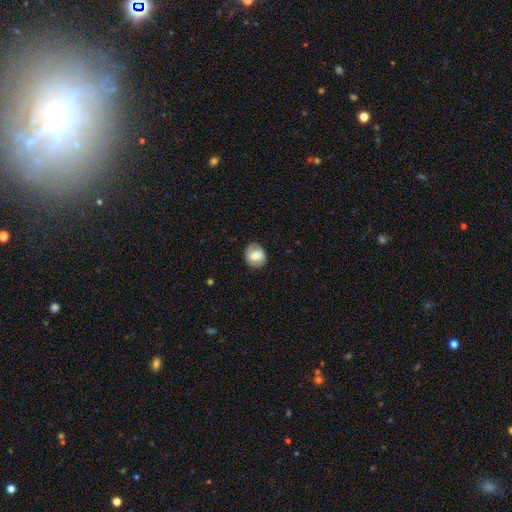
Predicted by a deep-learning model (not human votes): A smooth galaxy with no disk features (68%) that is round (72%). Merging: none (81%).